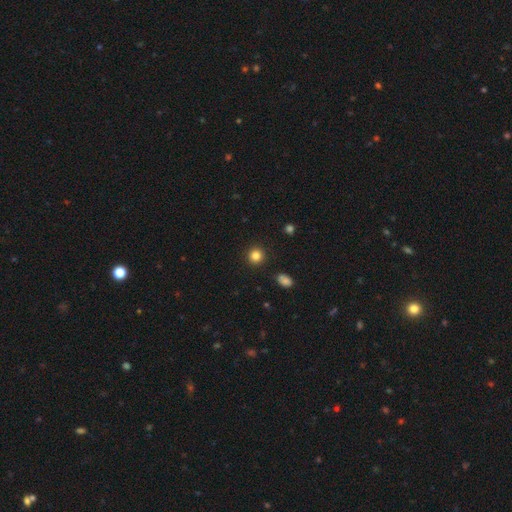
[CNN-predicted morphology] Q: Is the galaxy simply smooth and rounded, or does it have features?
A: smooth — 84%.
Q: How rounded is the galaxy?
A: round — 92%.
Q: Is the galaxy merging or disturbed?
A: none — 92%.